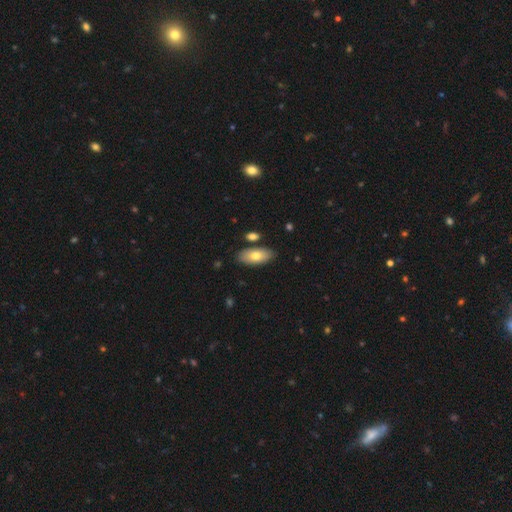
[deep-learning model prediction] Smooth or featured? smooth (73%)
How rounded? in between (88%)
Merging? none (83%)